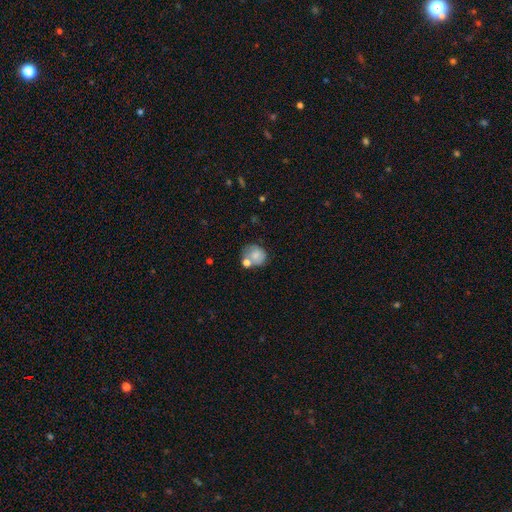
Morphology: type=smooth (84%); roundness=round (72%); merging=none (64%).